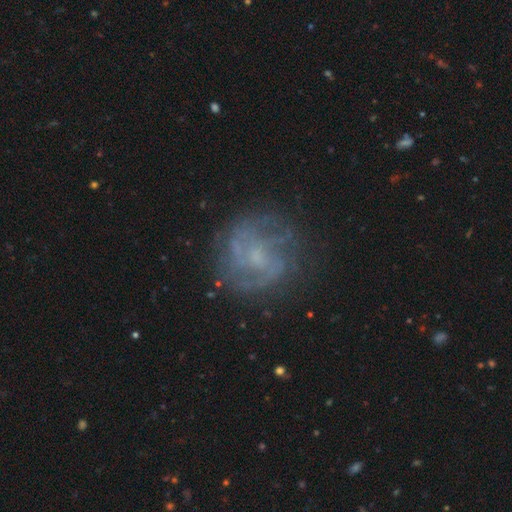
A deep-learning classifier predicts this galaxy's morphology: This appears to be a featured or disk galaxy (75%) with no bar (57%), medium (43%) spiral arms (85%) and a small central bulge (50%). Merging: none (74%).